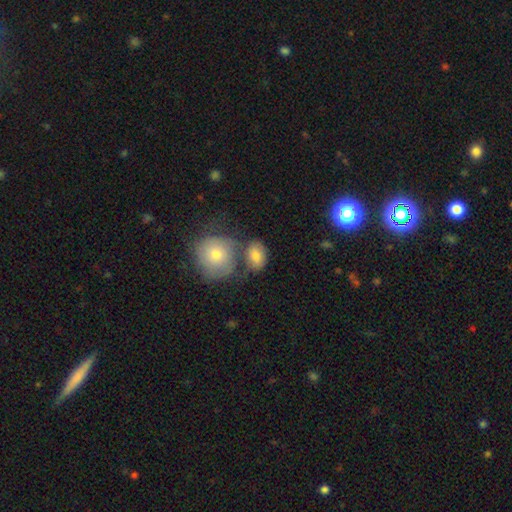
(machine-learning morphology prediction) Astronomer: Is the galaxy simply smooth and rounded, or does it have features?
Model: smooth — 76%.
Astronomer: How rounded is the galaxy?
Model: in between — 61% (runner-up: round, 37%).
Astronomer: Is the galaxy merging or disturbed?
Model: none — 46% (runner-up: merger, 32%).